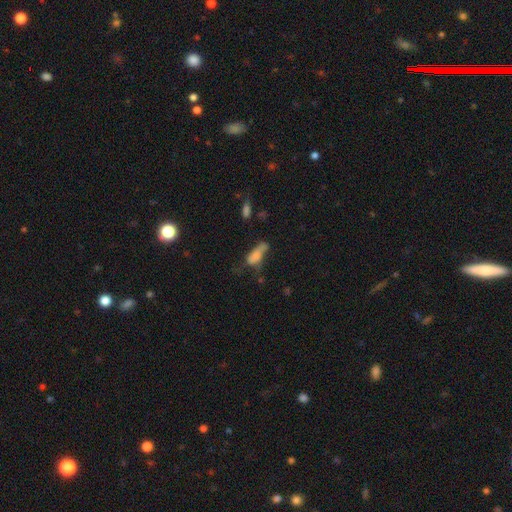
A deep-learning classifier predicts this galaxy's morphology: smooth_or_featured: smooth (p=0.67) [alt: featured or disk p=0.21]
how_rounded: in between (p=0.71) [alt: cigar-shaped p=0.25]
merging: major disturbance (p=0.36) [alt: minor disturbance p=0.26]